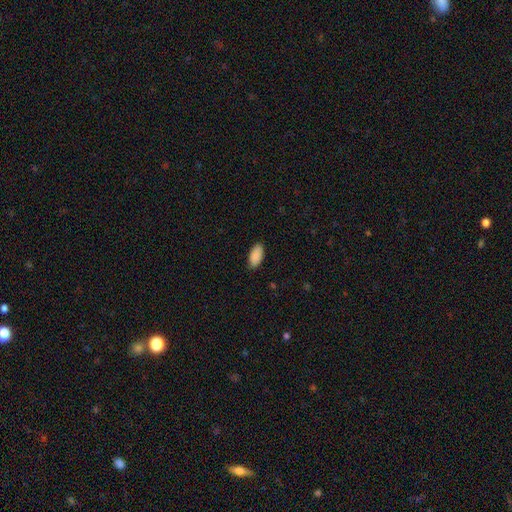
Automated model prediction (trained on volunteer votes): This appears to be a smooth galaxy with no disk features (90%) that is in between round and cigar-shaped (93%). Merging: none (87%).